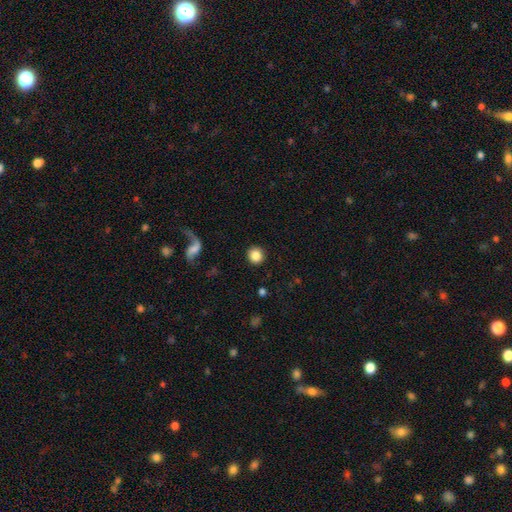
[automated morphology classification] This appears to be a smooth galaxy with no disk features (85%) that is round (92%). Merging: none (91%).